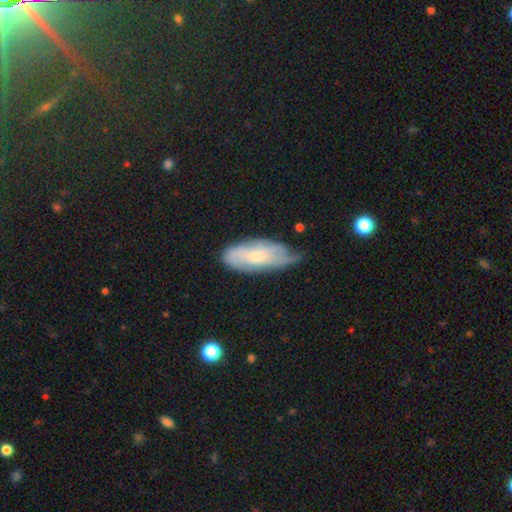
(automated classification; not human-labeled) Smooth or featured? featured or disk (47%)
Merging? none (45%)